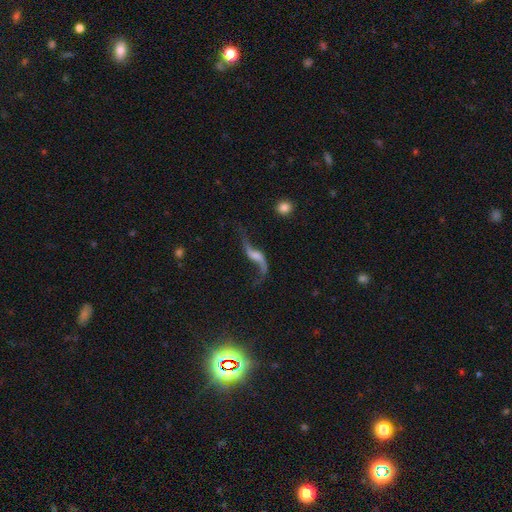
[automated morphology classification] This appears to be a featured or disk galaxy (84%) with no bar (46%), 2 (91%) loose (95%) spiral arms (94%) and a small central bulge (33%). Merging: none (59%).